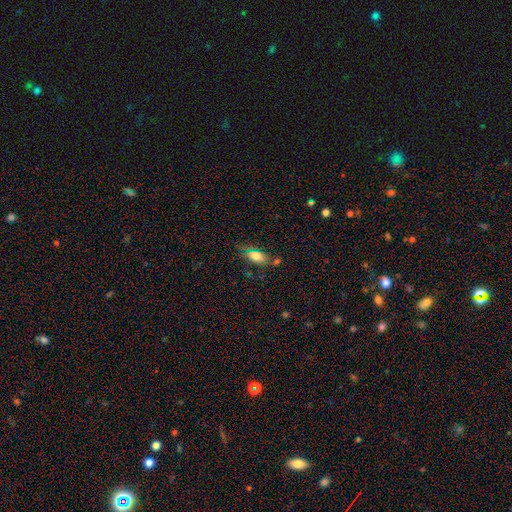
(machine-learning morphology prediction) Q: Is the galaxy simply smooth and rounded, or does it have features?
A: smooth — 72%.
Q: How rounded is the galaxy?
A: in between — 81%.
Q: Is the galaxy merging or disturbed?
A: none — 62%.